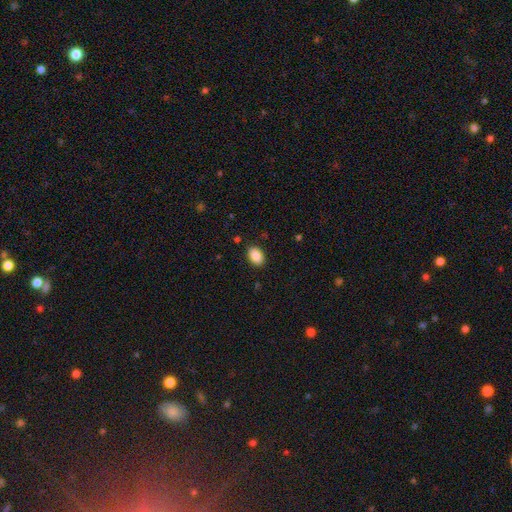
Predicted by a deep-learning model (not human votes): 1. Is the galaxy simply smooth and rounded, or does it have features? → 88% smooth, 8% star or artifact, 4% featured or disk.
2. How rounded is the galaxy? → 85% in between, 14% round, 1% cigar-shaped.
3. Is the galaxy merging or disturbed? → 88% none, 9% minor disturbance, 2% major disturbance, 1% merger.